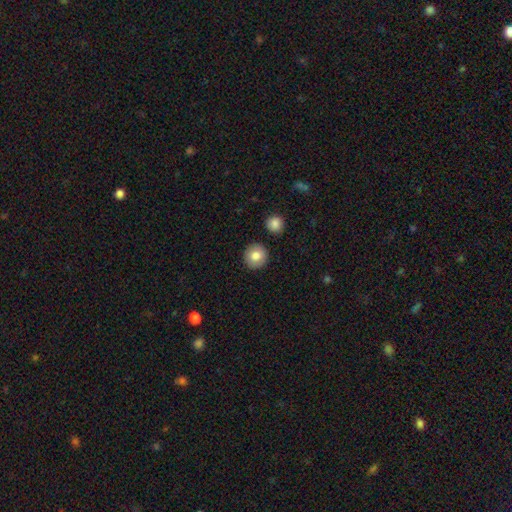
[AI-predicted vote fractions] Overall: smooth (82%). How rounded: round (93%). Merging: none (89%).